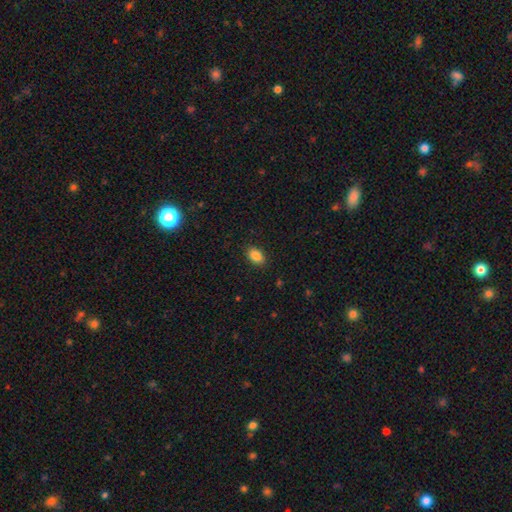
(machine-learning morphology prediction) smooth-or-featured: smooth: 86% | star or artifact: 8% | featured or disk: 6%
  how-rounded: in between: 87% | round: 12% | cigar-shaped: 1%
  merging: none: 88% | minor disturbance: 9% | major disturbance: 2% | merger: 1%